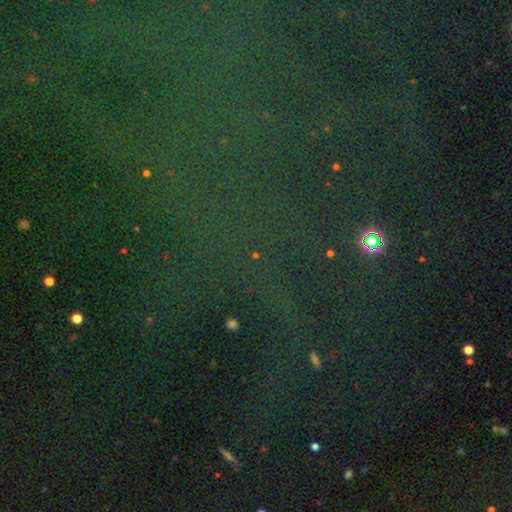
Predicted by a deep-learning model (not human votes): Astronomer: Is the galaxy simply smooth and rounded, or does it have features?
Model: star or artifact — 79%.